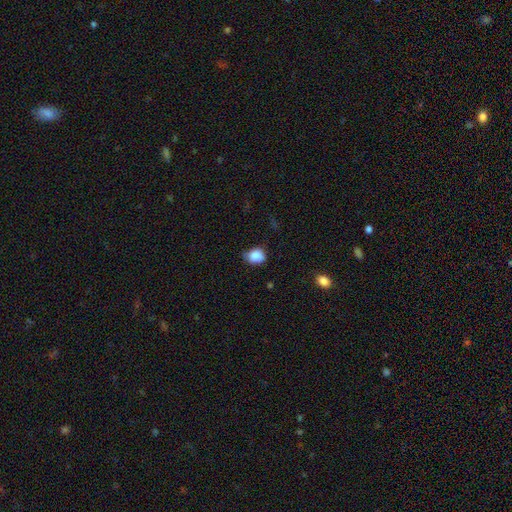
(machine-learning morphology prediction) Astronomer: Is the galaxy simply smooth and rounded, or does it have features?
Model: smooth — 85%.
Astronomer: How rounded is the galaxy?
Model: round — 57% (runner-up: in between, 42%).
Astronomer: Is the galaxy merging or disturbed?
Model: none — 54% (runner-up: minor disturbance, 36%).